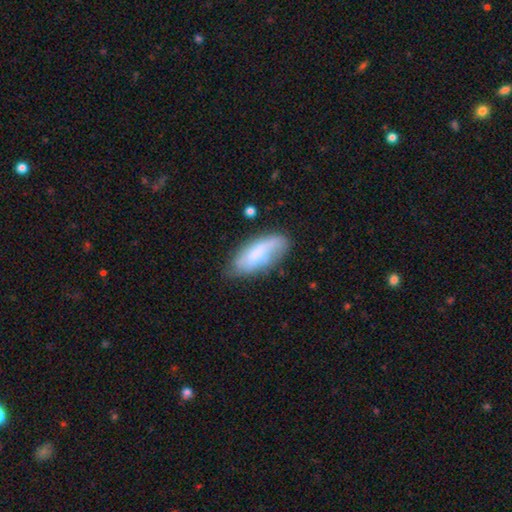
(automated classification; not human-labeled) A smooth galaxy with no disk features (68%) that is in between round and cigar-shaped (79%).

Vote fractions:
- Smooth or featured? smooth: 68% / featured or disk: 25% / star or artifact: 7%
- How rounded? in between: 79% / cigar-shaped: 19% / round: 2%
- Merging? none: 58% / minor disturbance: 29% / major disturbance: 9% / merger: 4%